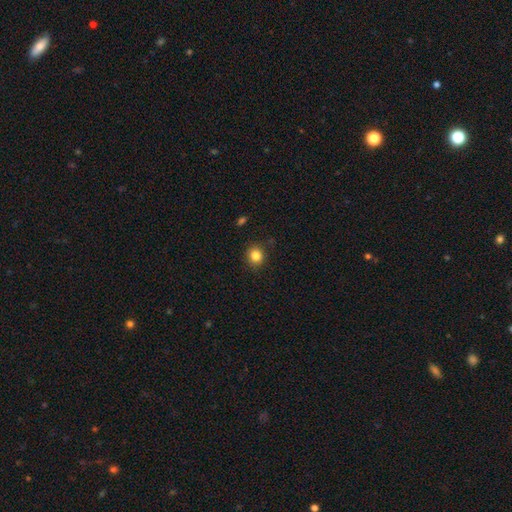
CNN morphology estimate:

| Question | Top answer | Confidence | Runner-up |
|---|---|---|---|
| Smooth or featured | smooth | 84% | star or artifact (11%) |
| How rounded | round | 83% | in between (16%) |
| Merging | none | 87% | minor disturbance (9%) |